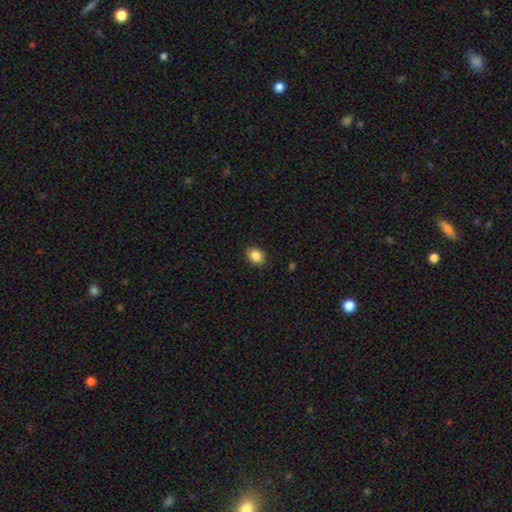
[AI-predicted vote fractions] Smooth or featured? smooth (87%)
How rounded? in between (53%)
Merging? none (89%)